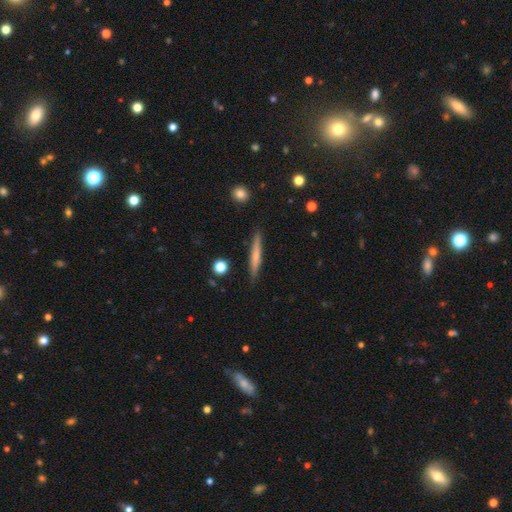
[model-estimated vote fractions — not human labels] Smooth or featured? smooth (55%)
How rounded? cigar-shaped (94%)
Merging? none (88%)